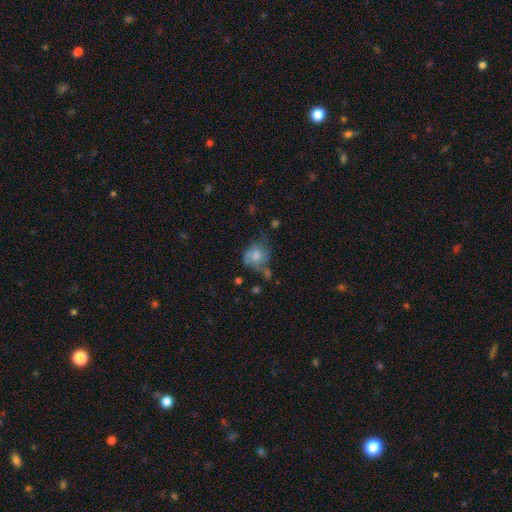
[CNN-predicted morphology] Smooth or featured?
  - smooth: 53% *
  - featured or disk: 36%
  - star or artifact: 11%
How rounded?
  - round: 60% *
  - in between: 38%
  - cigar-shaped: 1%
Merging?
  - none: 39% *
  - minor disturbance: 28%
  - major disturbance: 25%
  - merger: 8%